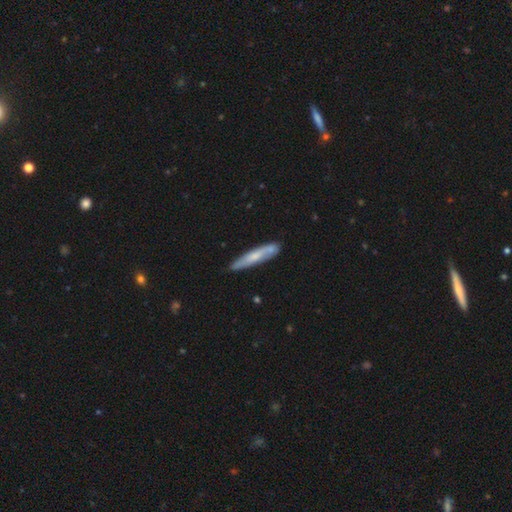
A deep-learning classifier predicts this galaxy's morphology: smooth 51%, featured or disk 43%, star or artifact 6%. Down the decision tree: how rounded — cigar-shaped (91%); merging — none (79%).